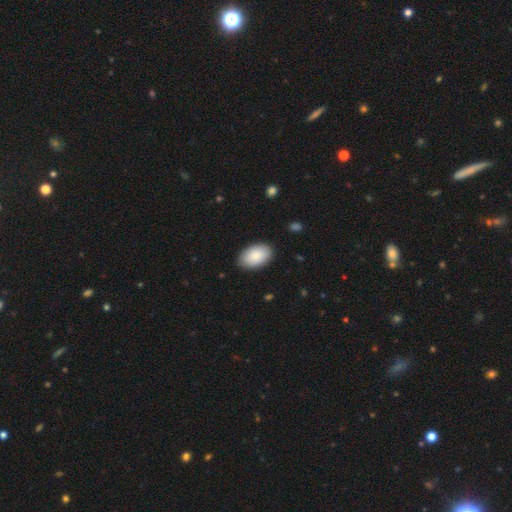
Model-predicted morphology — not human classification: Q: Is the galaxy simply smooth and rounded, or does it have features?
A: smooth — 88%.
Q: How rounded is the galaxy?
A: in between — 93%.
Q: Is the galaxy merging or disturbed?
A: none — 88%.